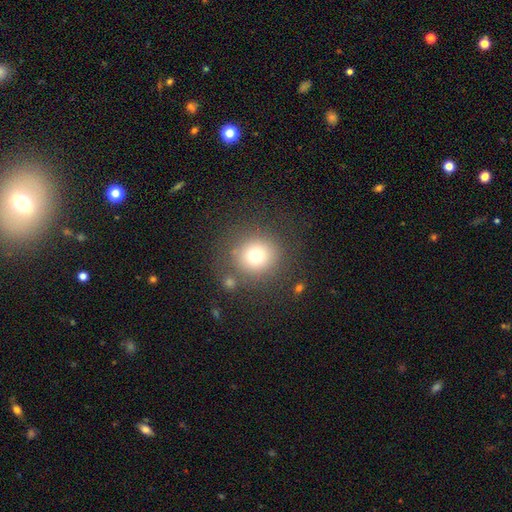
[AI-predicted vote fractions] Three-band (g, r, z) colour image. It shows a smooth galaxy with no disk features (73%) that is round (91%). Merging: none (79%).